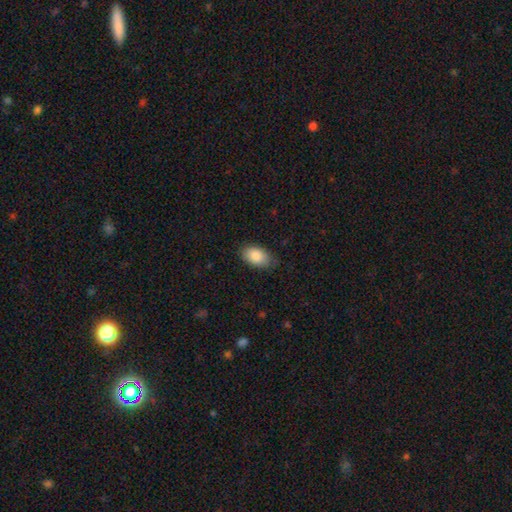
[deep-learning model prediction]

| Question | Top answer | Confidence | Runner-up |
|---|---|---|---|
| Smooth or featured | smooth | 87% | featured or disk (7%) |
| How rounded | in between | 92% | round (7%) |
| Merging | none | 78% | minor disturbance (18%) |